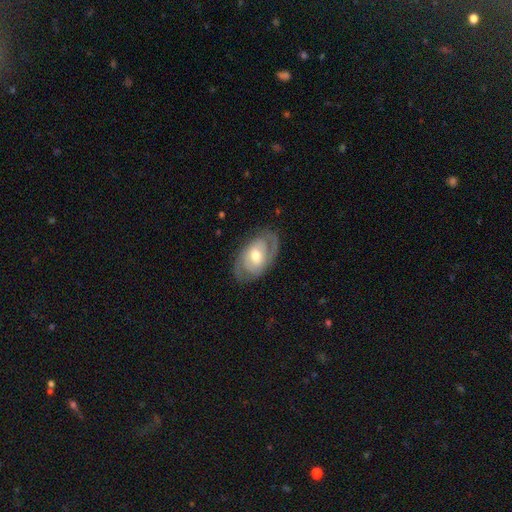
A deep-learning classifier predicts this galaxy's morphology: Q: Smooth or featured?
A: featured or disk (77%); runner-up: smooth (18%)
Q: Edge-on disk?
A: no (95%); runner-up: yes (5%)
Q: Bar?
A: no (52%); runner-up: weak (37%)
Q: Spiral arms?
A: yes (84%); runner-up: no (16%)
Q: Spiral winding?
A: tight (52%); runner-up: medium (37%)
Q: Spiral arm count?
A: 2 (76%); runner-up: can't tell (15%)
Q: Bulge size?
A: moderate (74%); runner-up: small (15%)
Q: Merging?
A: none (77%); runner-up: minor disturbance (15%)